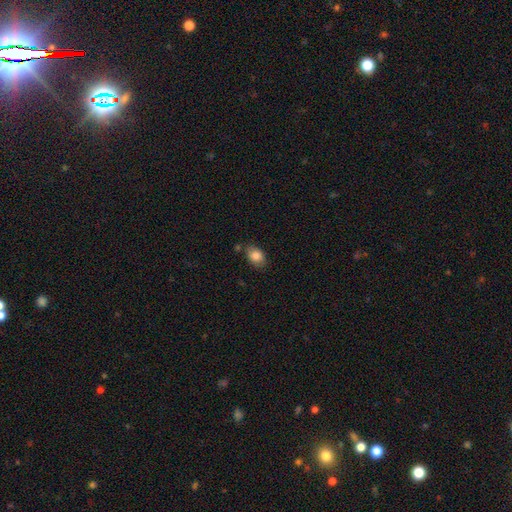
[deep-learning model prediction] Morphology: type=smooth (85%); roundness=in between (77%); merging=none (71%).